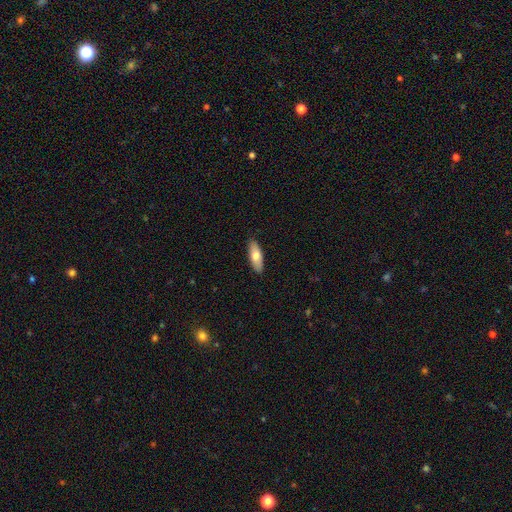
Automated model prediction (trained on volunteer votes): This is likely a smooth galaxy (71%). How rounded: likely in between (67%). Merging: clearly none (89%).